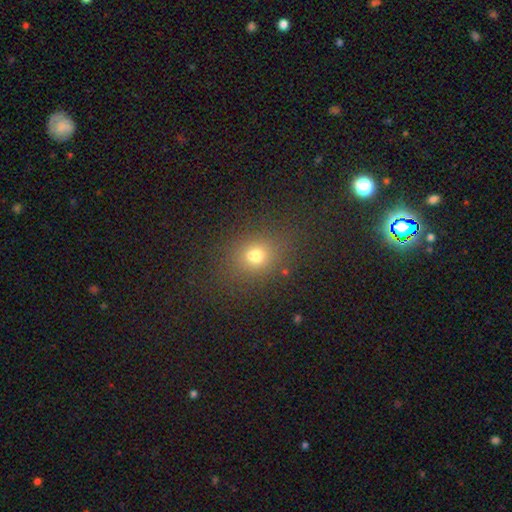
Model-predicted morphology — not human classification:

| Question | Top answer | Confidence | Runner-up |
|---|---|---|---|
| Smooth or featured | smooth | 71% | star or artifact (19%) |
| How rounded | round | 58% | in between (40%) |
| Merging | none | 75% | minor disturbance (12%) |